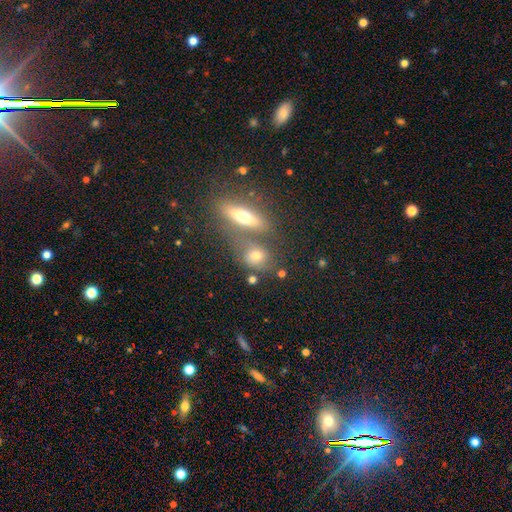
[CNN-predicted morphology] The model was most divided on "how rounded": in between: 51%, round: 40%, cigar-shaped: 9%. More confident: smooth or featured — smooth (64%); merging — none (50%).